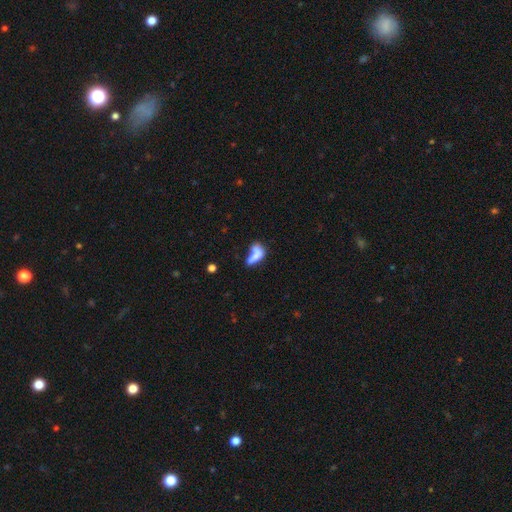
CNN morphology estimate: smooth-or-featured: smooth: 64% | featured or disk: 25% | star or artifact: 10%
  how-rounded: in between: 66% | cigar-shaped: 27% | round: 6%
  merging: merger: 41% | none: 24% | major disturbance: 20% | minor disturbance: 16%